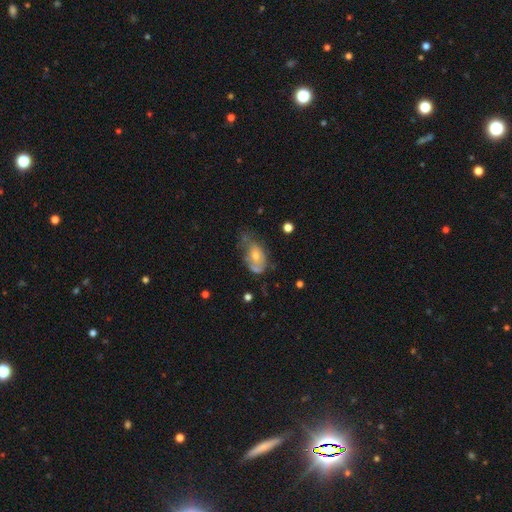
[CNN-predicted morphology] The model was most divided on "merging": none: 36%, minor disturbance: 32%, major disturbance: 23%, merger: 8%. Remaining: smooth or featured — featured or disk (48%).